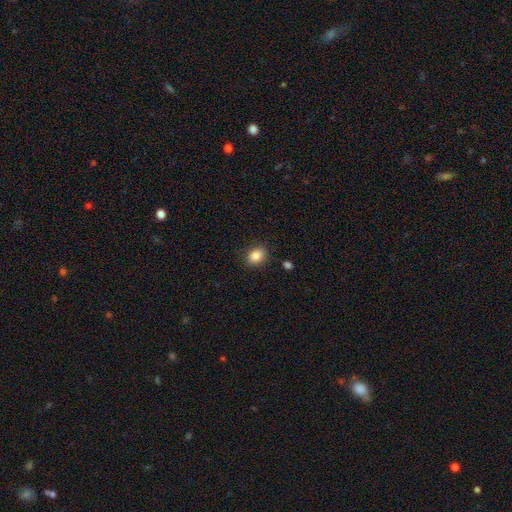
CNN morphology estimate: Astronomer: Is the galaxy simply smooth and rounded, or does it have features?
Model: smooth — 87%.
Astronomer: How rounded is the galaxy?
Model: in between — 66%.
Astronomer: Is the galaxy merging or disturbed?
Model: none — 85%.